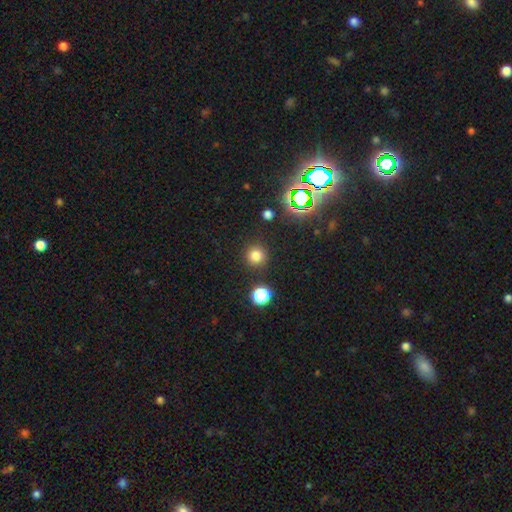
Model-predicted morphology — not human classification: This is likely a smooth galaxy (77%). How rounded: clearly round (94%). Merging: clearly none (89%).